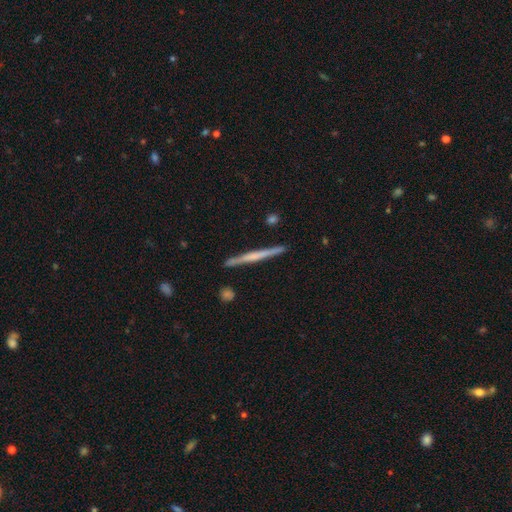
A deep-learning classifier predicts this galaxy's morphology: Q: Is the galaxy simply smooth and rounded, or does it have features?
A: featured or disk — 59%.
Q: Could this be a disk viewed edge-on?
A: yes — 98%.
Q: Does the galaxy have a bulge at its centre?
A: none — 63%.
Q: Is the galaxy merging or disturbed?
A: none — 90%.